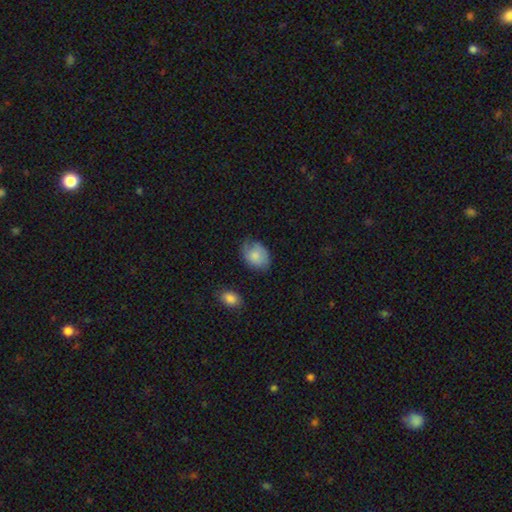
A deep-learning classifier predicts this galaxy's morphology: Smooth or featured?
  - smooth: 73% *
  - featured or disk: 20%
  - star or artifact: 7%
How rounded?
  - in between: 73% *
  - round: 26%
  - cigar-shaped: 1%
Merging?
  - none: 54% *
  - minor disturbance: 33%
  - major disturbance: 11%
  - merger: 2%